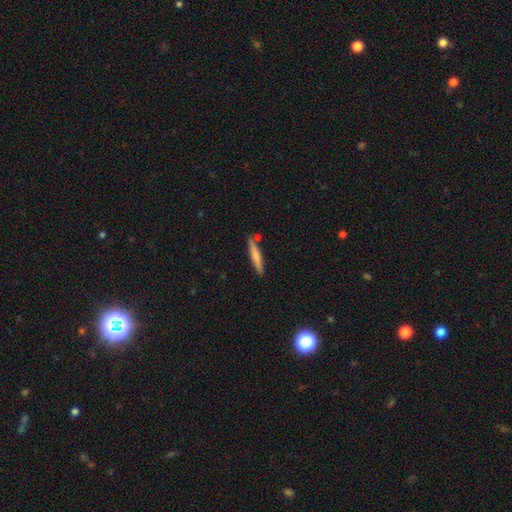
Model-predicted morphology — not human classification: Smooth or featured?
  - smooth: 69% *
  - featured or disk: 26%
  - star or artifact: 6%
How rounded?
  - cigar-shaped: 93% *
  - in between: 6%
  - round: 1%
Merging?
  - none: 80% *
  - minor disturbance: 11%
  - merger: 7%
  - major disturbance: 2%